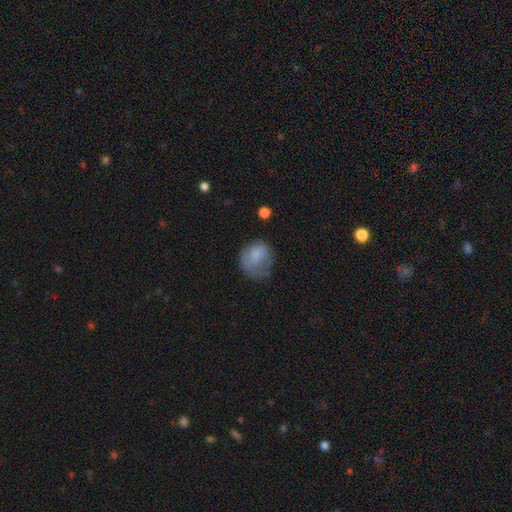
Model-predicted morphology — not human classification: type=smooth (71%); roundness=round (64%); merging=none (44%).